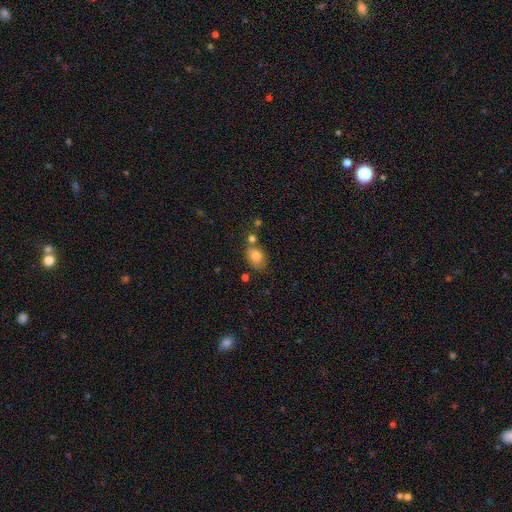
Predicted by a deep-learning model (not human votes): This is likely a smooth galaxy (79%). How rounded: likely in between (68%). Merging: possibly none (58%).